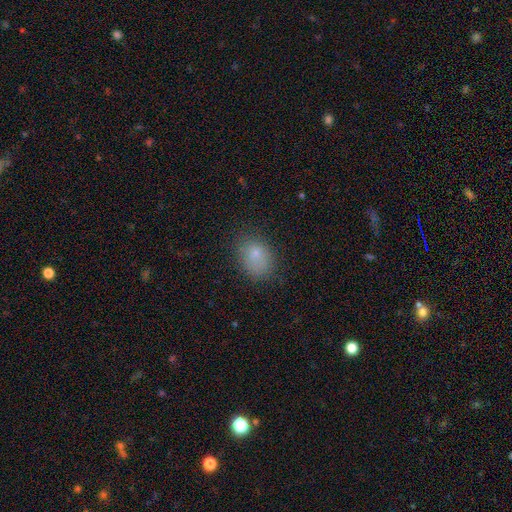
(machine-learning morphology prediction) Smooth or featured? smooth (78%)
How rounded? in between (64%)
Merging? none (72%)